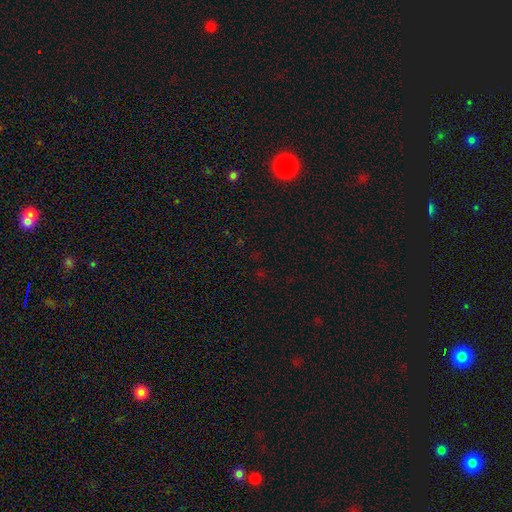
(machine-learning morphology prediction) A star or artifact, not a galaxy (68%).

Vote fractions:
- Smooth or featured? star or artifact: 68% / smooth: 24% / featured or disk: 8%